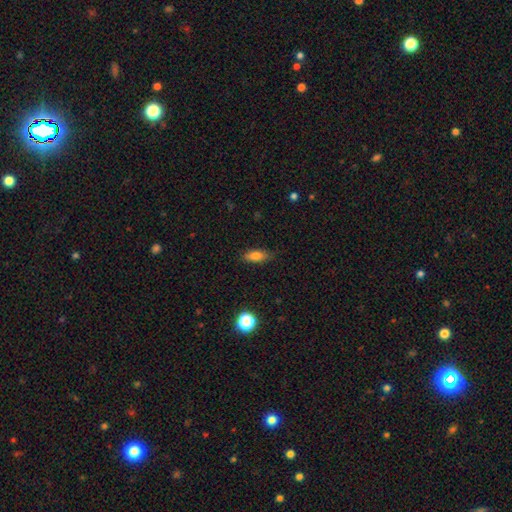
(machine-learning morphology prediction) Smooth or featured? smooth (79%)
How rounded? in between (71%)
Merging? none (81%)